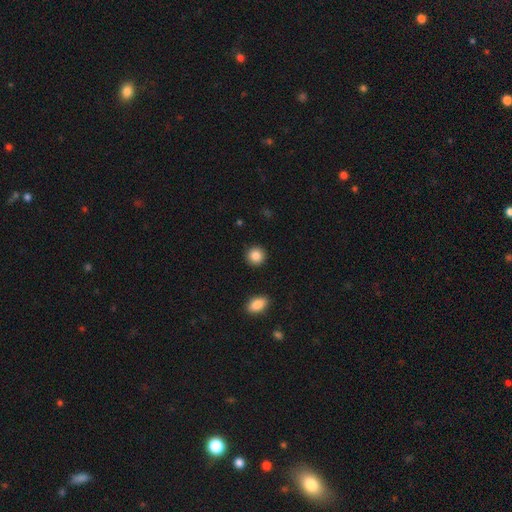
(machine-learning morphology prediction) Smooth or featured: smooth — 87% (star or artifact — 8%)
How rounded: round — 92% (in between — 7%)
Merging: none — 92% (minor disturbance — 5%)